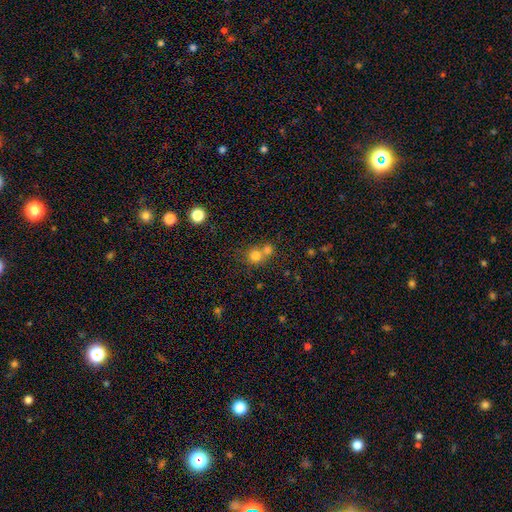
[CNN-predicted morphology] type=smooth (76%); roundness=round (87%); merging=merger (48%).